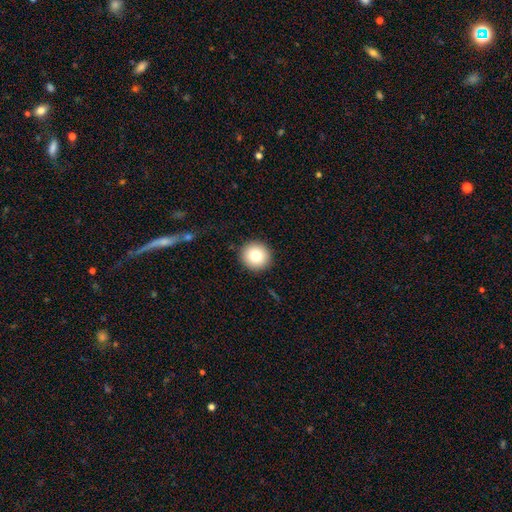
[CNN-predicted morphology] Smooth or featured?
  - smooth: 80% *
  - featured or disk: 11%
  - star or artifact: 10%
How rounded?
  - round: 94% *
  - in between: 5%
  - cigar-shaped: 1%
Merging?
  - none: 91% *
  - minor disturbance: 6%
  - major disturbance: 2%
  - merger: 1%